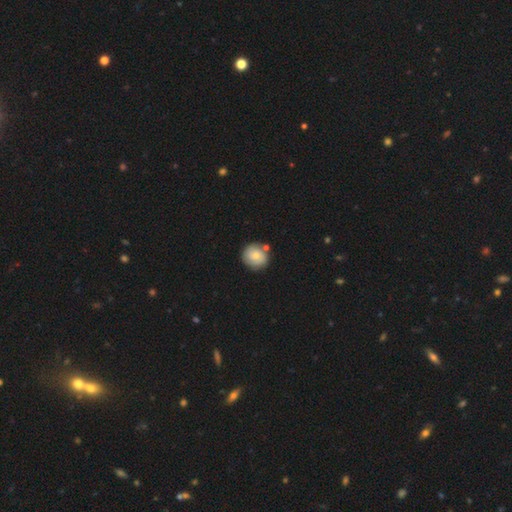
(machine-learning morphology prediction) smooth 73%, featured or disk 19%, star or artifact 7%. Down the decision tree: how rounded — round (88%); merging — none (73%).